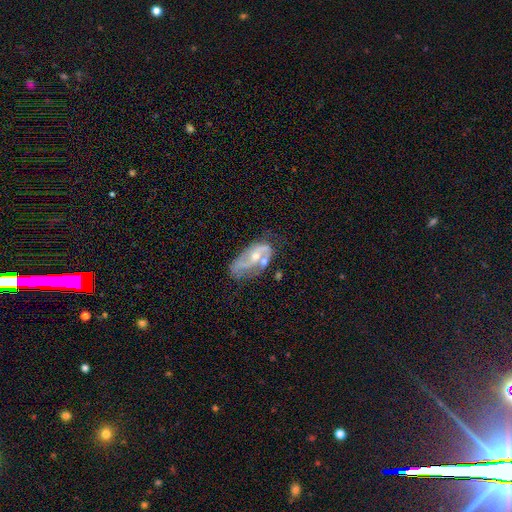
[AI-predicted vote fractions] A featured or disk galaxy (71%) with no bar (55%), spiral arms (72%) and a moderate central bulge (48%).

Vote fractions:
- Smooth or featured? featured or disk: 71% / smooth: 21% / star or artifact: 8%
- Edge-on disk? no: 92% / yes: 8%
- Bar? no: 55% / weak: 31% / strong: 14%
- Spiral arms? yes: 72% / no: 28%
- Bulge size? moderate: 48% / small: 45% / none: 3% / large: 2% / dominant: 1%
- Merging? none: 46% / minor disturbance: 25% / major disturbance: 15% / merger: 14%